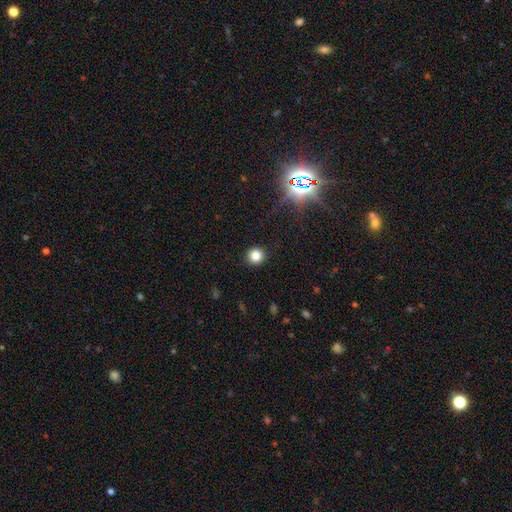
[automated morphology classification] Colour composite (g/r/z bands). It shows a smooth galaxy with no disk features (80%) that is round (88%). Merging: none (91%).